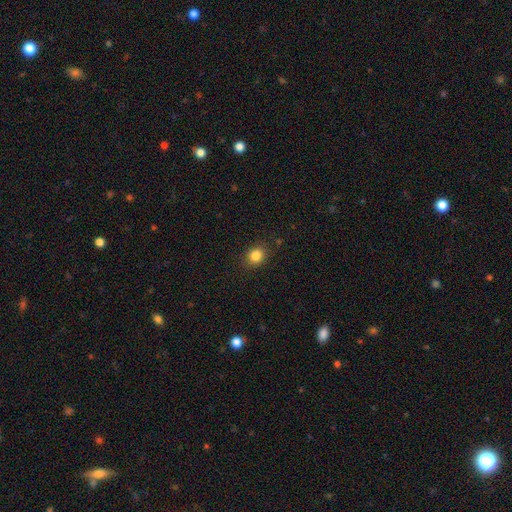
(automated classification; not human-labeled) A smooth galaxy with no disk features (84%) that is round (70%). Merging: none (86%).